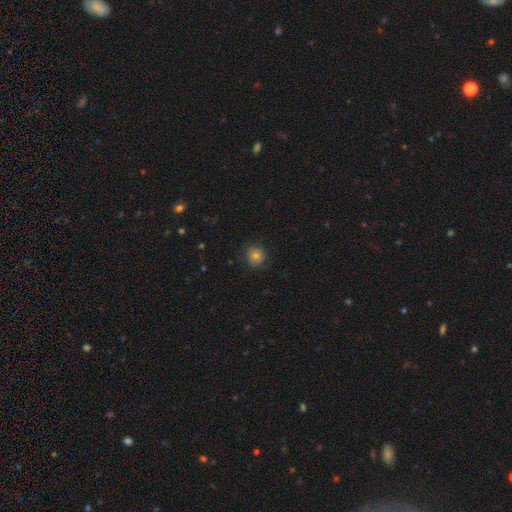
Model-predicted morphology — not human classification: Smooth or featured?
  - smooth: 76% *
  - star or artifact: 13%
  - featured or disk: 10%
How rounded?
  - round: 86% *
  - in between: 13%
  - cigar-shaped: 1%
Merging?
  - none: 82% *
  - minor disturbance: 13%
  - major disturbance: 4%
  - merger: 1%